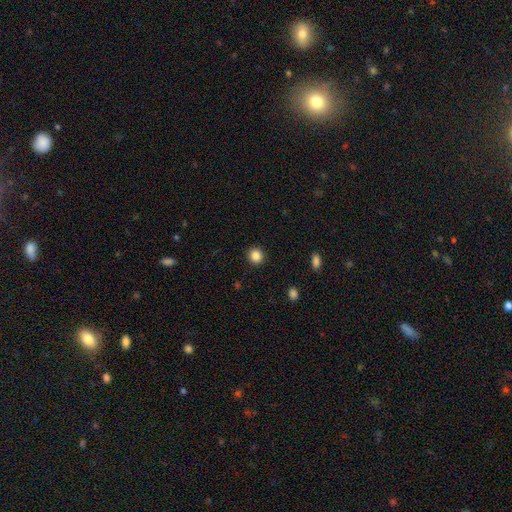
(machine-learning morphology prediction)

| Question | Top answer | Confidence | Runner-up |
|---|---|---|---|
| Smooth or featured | smooth | 86% | star or artifact (11%) |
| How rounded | round | 88% | in between (11%) |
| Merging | none | 91% | minor disturbance (6%) |